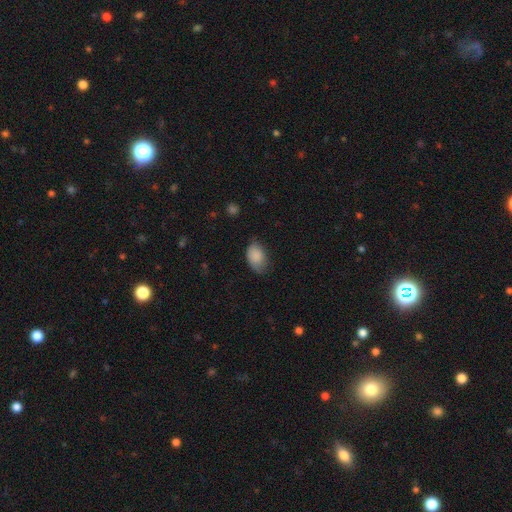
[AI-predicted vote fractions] A smooth galaxy with no disk features (87%) that is in between round and cigar-shaped (87%). Merging: none (61%).